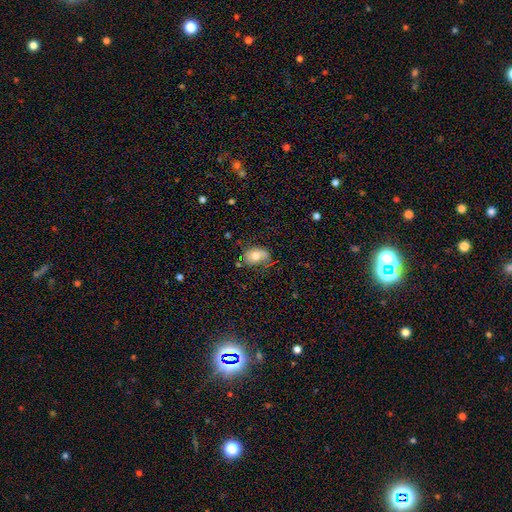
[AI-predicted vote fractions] This appears to be a smooth galaxy with no disk features (73%) that is in between round and cigar-shaped (85%). Merging: none (61%).